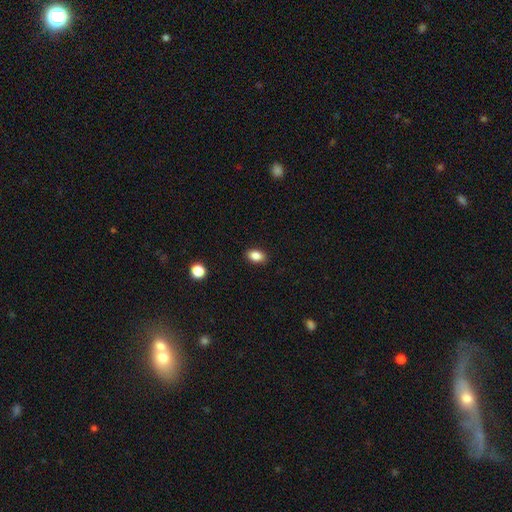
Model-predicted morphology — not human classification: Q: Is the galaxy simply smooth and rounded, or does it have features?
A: smooth — 85%.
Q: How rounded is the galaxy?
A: in between — 86%.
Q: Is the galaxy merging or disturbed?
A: none — 89%.